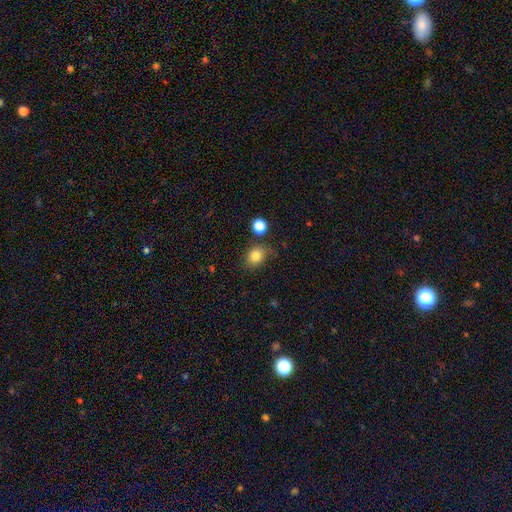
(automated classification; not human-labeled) This is clearly a smooth galaxy (82%). How rounded: possibly round (51%). Merging: likely none (70%).